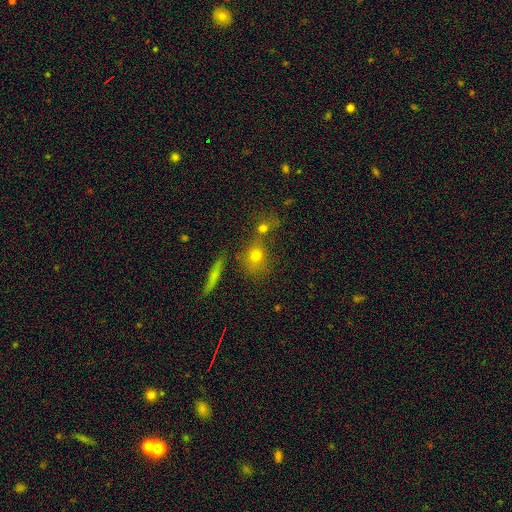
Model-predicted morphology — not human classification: A smooth galaxy with no disk features (71%) that is round (70%). Merging: none (54%).